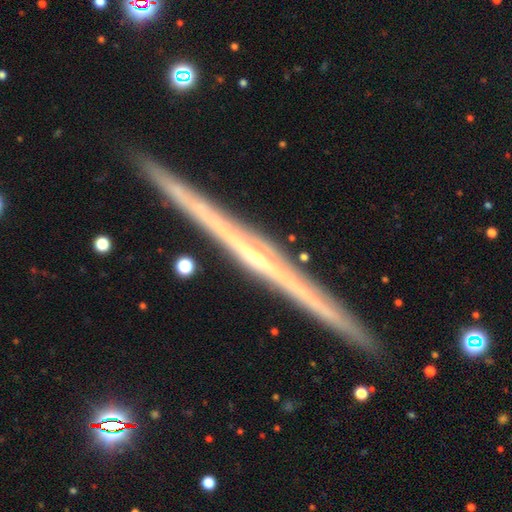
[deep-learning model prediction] The model was most divided on "edge-on bulge": none: 52%, rounded: 42%, boxy: 7%. More confident: edge-on disk — yes (99%); merging — none (92%); smooth or featured — featured or disk (85%).